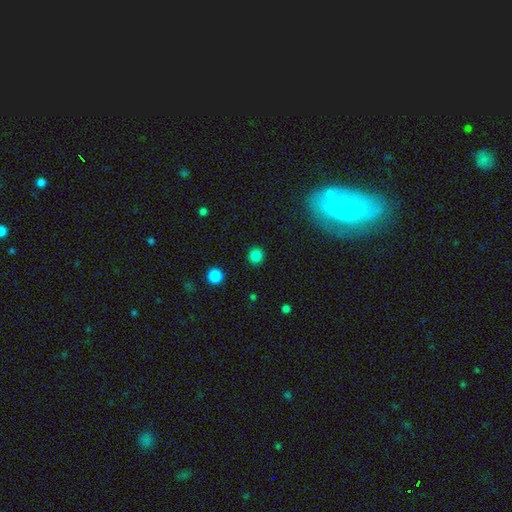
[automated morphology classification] A smooth galaxy with no disk features (83%) that is round (91%).

Vote fractions:
- Smooth or featured? smooth: 83% / star or artifact: 13% / featured or disk: 4%
- How rounded? round: 91% / in between: 8% / cigar-shaped: 1%
- Merging? none: 91% / minor disturbance: 6% / major disturbance: 2% / merger: 1%